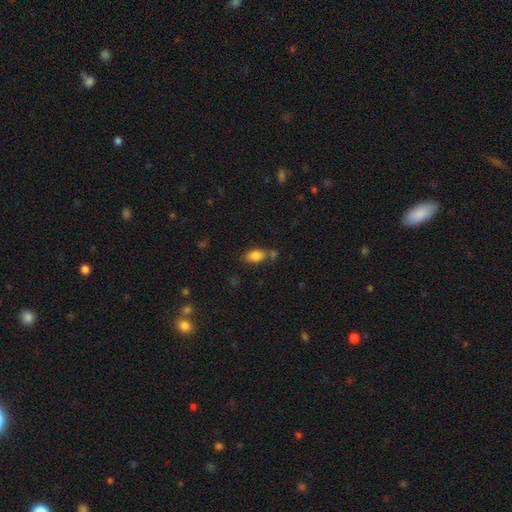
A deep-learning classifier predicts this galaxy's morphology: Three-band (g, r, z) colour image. It shows a smooth galaxy with no disk features (84%) that is in between round and cigar-shaped (87%). Merging: none (61%).